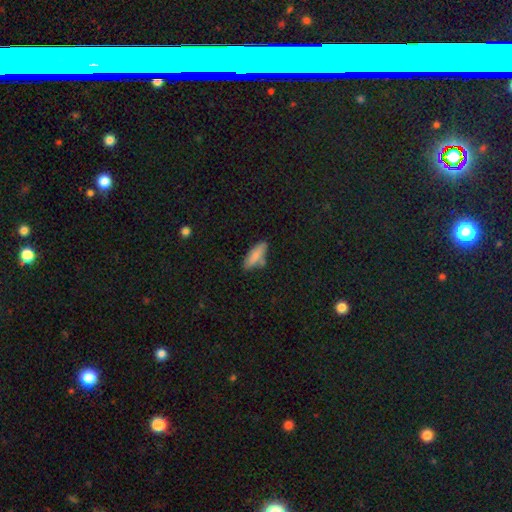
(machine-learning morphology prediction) smooth_or_featured: smooth (p=0.82) [alt: featured or disk p=0.12]
how_rounded: in between (p=0.56) [alt: cigar-shaped p=0.42]
merging: none (p=0.66) [alt: minor disturbance p=0.19]